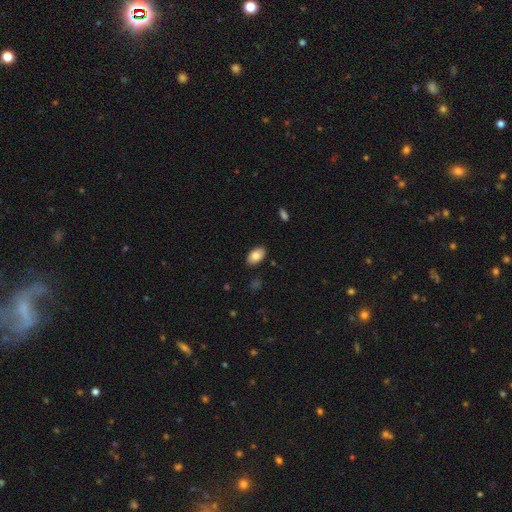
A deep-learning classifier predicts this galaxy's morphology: Smooth or featured? Predicted: smooth (p=0.80). How rounded? Predicted: in between (p=0.94). Merging? Predicted: none (p=0.87).